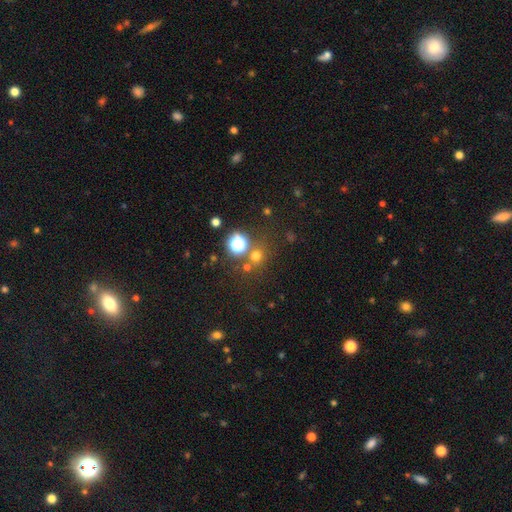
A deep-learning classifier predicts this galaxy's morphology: Smooth or featured: smooth — 62% (star or artifact — 31%)
How rounded: round — 87% (in between — 12%)
Merging: none — 74% (merger — 13%)